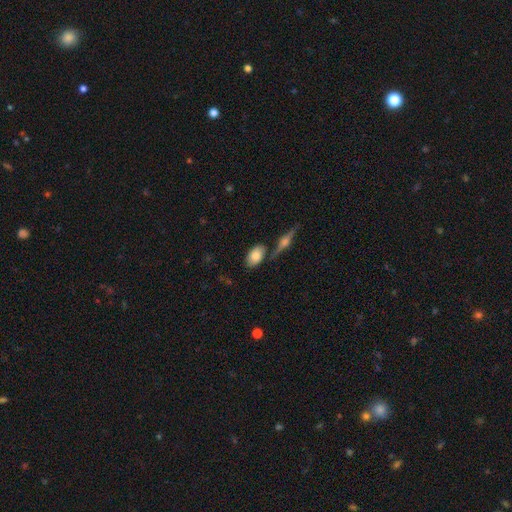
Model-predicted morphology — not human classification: The model was most divided on "merging": none: 66%, minor disturbance: 16%, merger: 13%, major disturbance: 5%. More confident: how rounded — in between (89%); smooth or featured — smooth (74%).